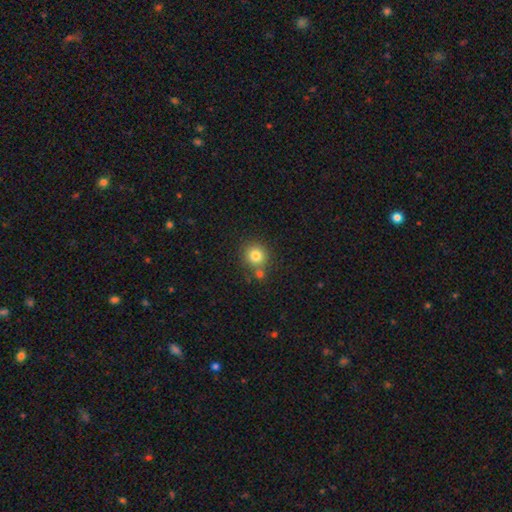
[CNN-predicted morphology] Q: Smooth or featured?
A: smooth (80%); runner-up: star or artifact (12%)
Q: How rounded?
A: round (87%); runner-up: in between (12%)
Q: Merging?
A: none (70%); runner-up: merger (17%)